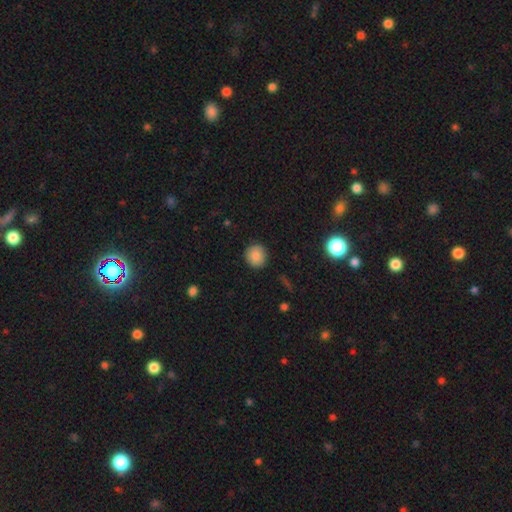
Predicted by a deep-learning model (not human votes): Overall: smooth (86%). How rounded: round (89%). Merging: none (90%).